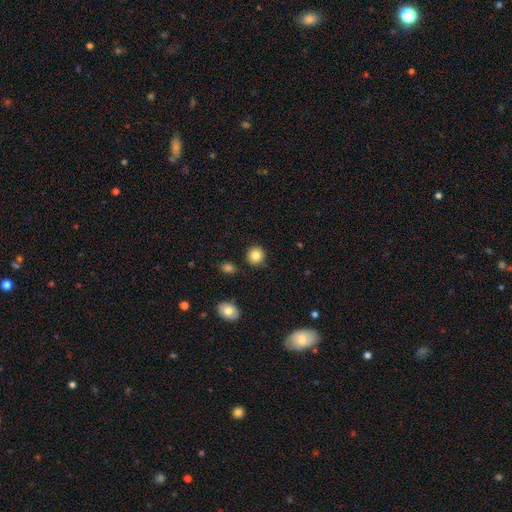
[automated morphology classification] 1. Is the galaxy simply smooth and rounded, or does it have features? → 84% smooth, 9% star or artifact, 7% featured or disk.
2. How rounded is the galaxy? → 91% round, 9% in between, 1% cigar-shaped.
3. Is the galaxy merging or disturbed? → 89% none, 7% minor disturbance, 2% merger, 2% major disturbance.